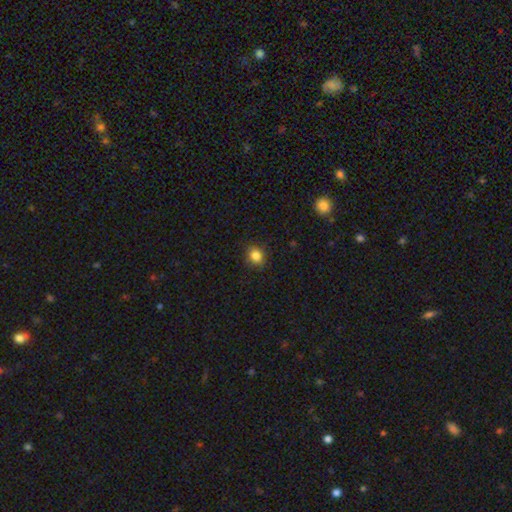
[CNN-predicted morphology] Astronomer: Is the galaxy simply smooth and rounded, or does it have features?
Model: smooth — 85%.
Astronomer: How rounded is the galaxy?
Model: round — 66%.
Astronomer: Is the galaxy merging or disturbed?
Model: none — 87%.